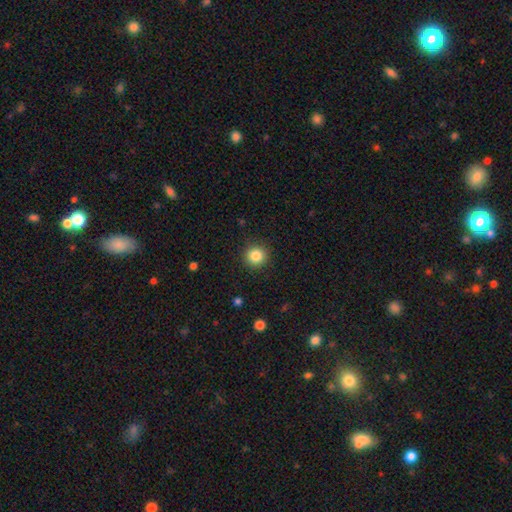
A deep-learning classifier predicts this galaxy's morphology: Smooth or featured: smooth — 84% (star or artifact — 11%)
How rounded: round — 94% (in between — 5%)
Merging: none — 91% (minor disturbance — 6%)